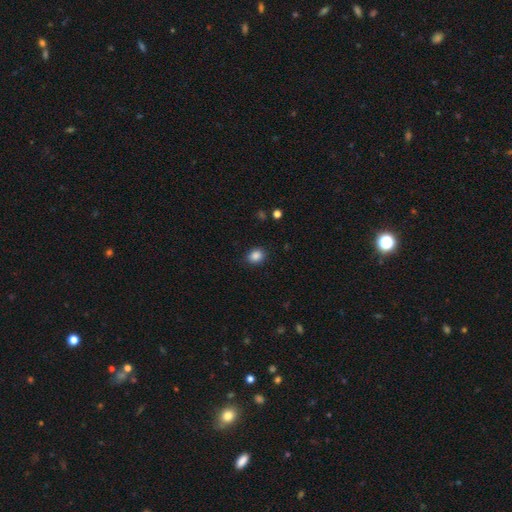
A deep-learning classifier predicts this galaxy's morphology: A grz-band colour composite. It shows a smooth galaxy with no disk features (87%) that is round (51%). Merging: none (86%).